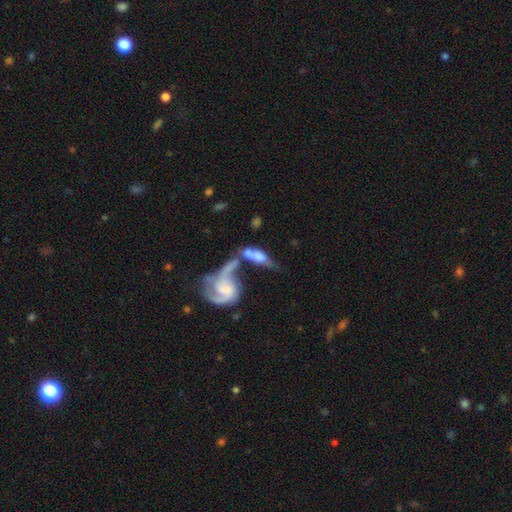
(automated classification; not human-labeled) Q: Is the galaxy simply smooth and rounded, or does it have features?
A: featured or disk — 52%.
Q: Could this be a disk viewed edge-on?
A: no — 86%.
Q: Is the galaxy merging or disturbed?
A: merger — 64%.